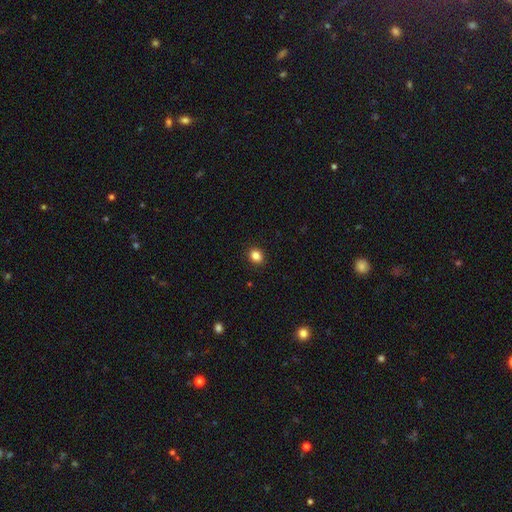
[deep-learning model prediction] smooth 85%, star or artifact 10%, featured or disk 5%. Down the decision tree: how rounded — round (64%); merging — none (91%).